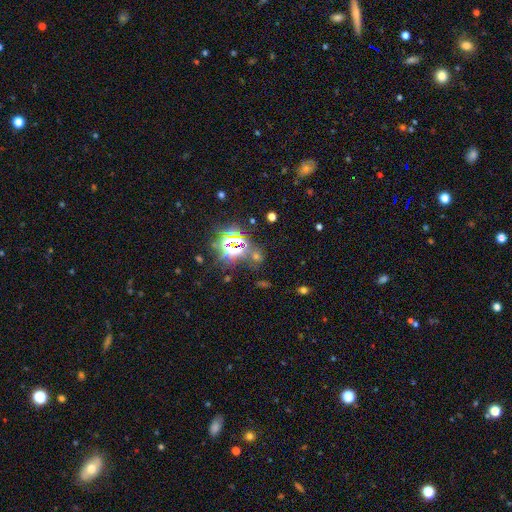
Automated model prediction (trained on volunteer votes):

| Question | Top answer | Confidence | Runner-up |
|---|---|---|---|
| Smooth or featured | star or artifact | 71% | smooth (20%) |